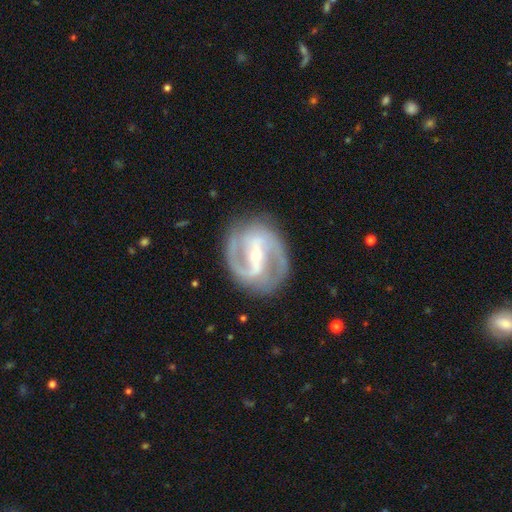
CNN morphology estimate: This appears to be a featured or disk galaxy (91%) with a strong bar (60%), 2 (88%) medium (57%) spiral arms (97%) and a small central bulge (63%). Merging: none (82%).